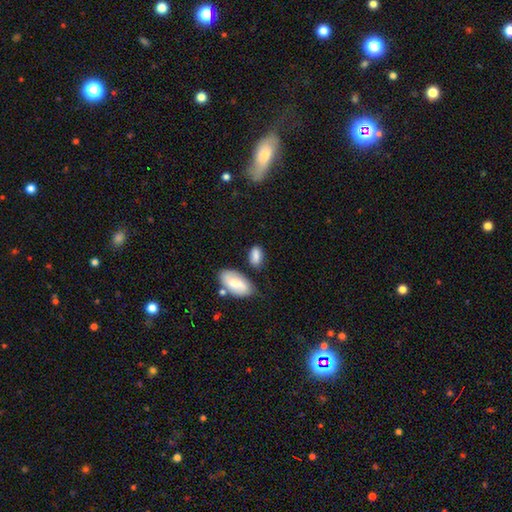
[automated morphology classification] Smooth or featured? Predicted: smooth (p=0.80). How rounded? Predicted: in between (p=0.89). Merging? Predicted: none (p=0.63).